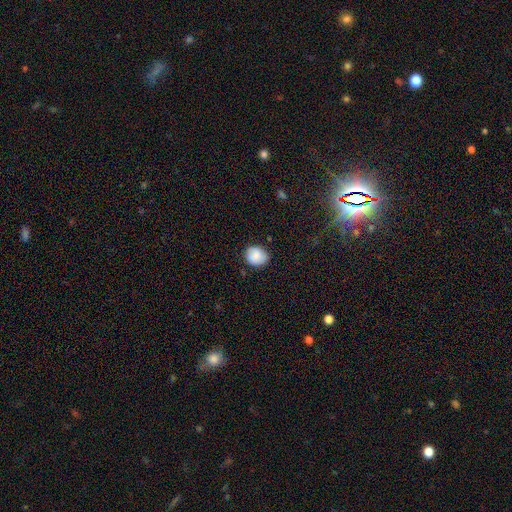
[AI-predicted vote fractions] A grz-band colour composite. It shows a smooth galaxy with no disk features (82%) that is round (76%). Merging: none (81%).